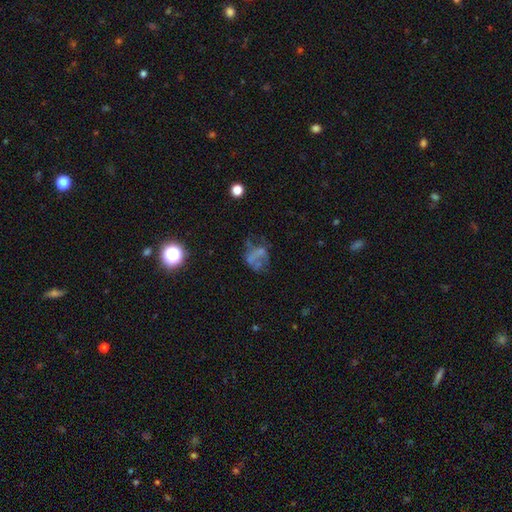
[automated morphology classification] featured or disk 39%, smooth 38%, star or artifact 24%. Down the decision tree: merging — none (38%).